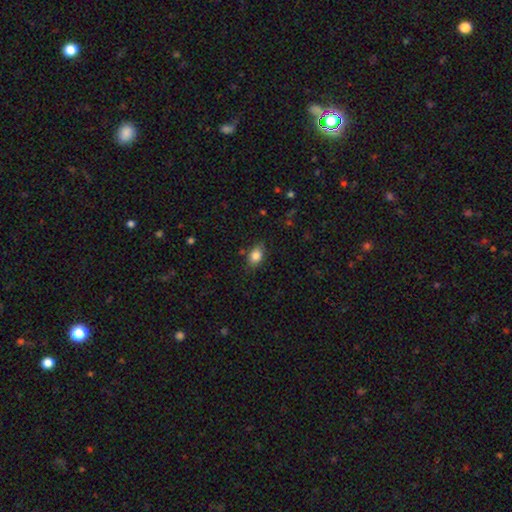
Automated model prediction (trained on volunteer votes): Smooth or featured: smooth — 83% (star or artifact — 9%)
How rounded: in between — 81% (round — 16%)
Merging: none — 80% (minor disturbance — 15%)